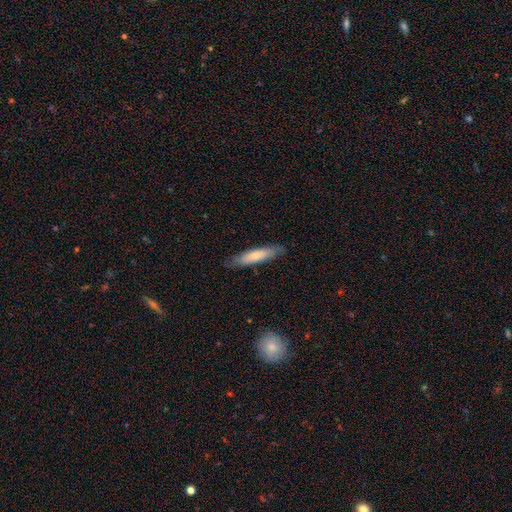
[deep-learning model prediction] Overall: smooth (70%). How rounded: cigar-shaped (79%). Merging: none (83%).